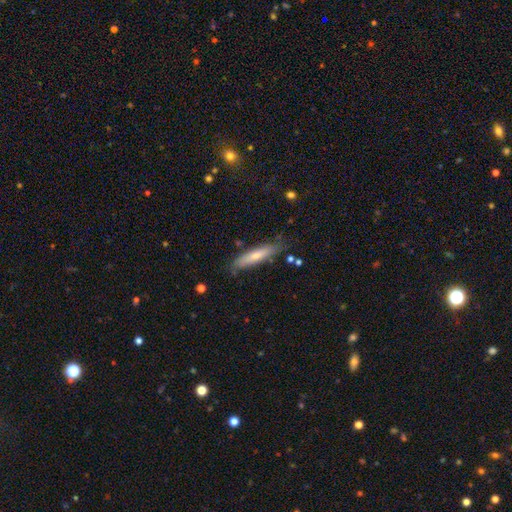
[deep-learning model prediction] This appears to be a smooth galaxy with no disk features (64%) that is cigar-shaped (82%). Merging: none (79%).